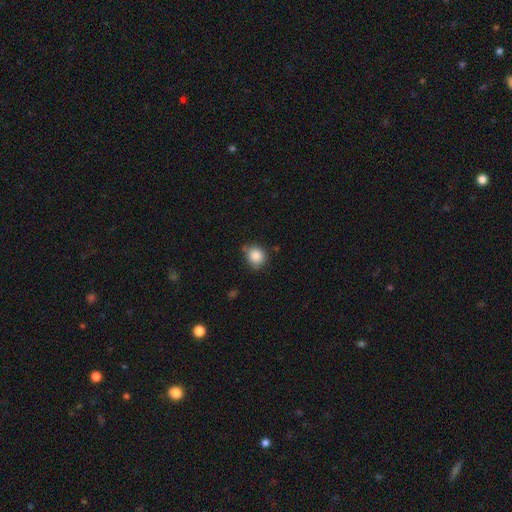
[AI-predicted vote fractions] This is clearly a smooth galaxy (87%). How rounded: likely round (77%). Merging: likely none (70%).